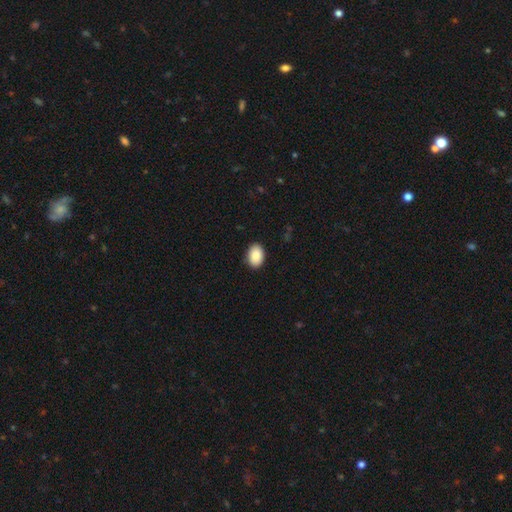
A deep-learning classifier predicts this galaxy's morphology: The model was most divided on "how rounded": in between: 85%, round: 14%, cigar-shaped: 1%. More confident: merging — none (90%); smooth or featured — smooth (89%).